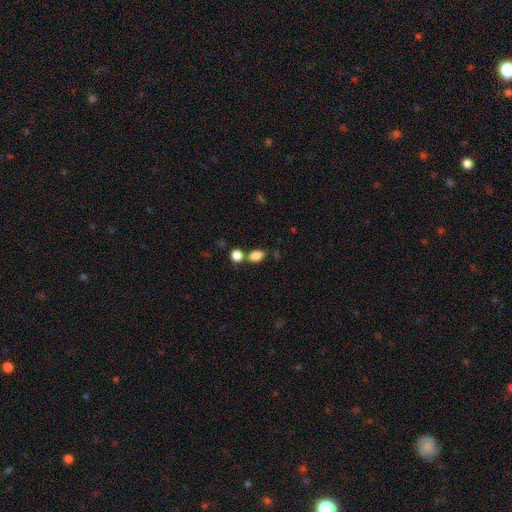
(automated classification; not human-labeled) Morphology: type=smooth (85%); roundness=in between (79%); merging=none (63%).